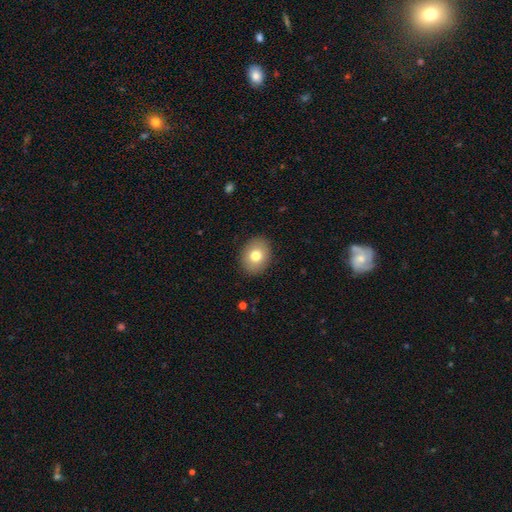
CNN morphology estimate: This appears to be a smooth galaxy with no disk features (77%) that is round (51%). Merging: none (89%).